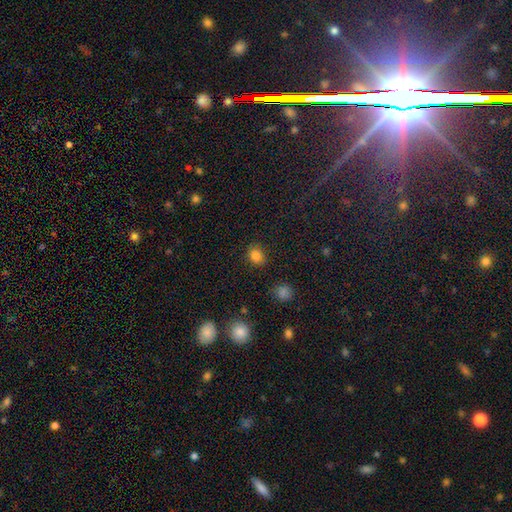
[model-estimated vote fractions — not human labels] A smooth galaxy with no disk features (83%) that is in between round and cigar-shaped (53%). Merging: none (83%).